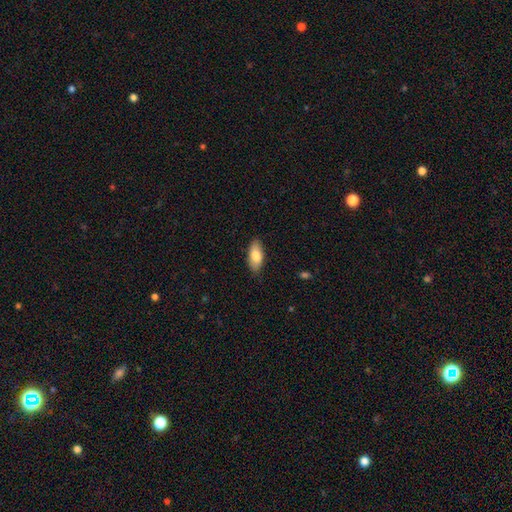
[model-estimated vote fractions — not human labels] This is clearly a smooth galaxy (82%). How rounded: clearly in between (86%). Merging: clearly none (83%).